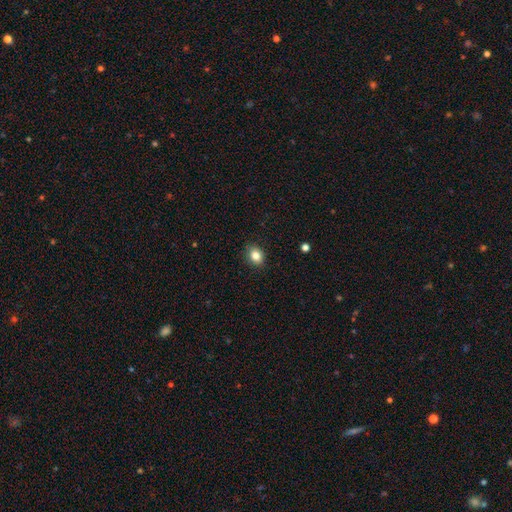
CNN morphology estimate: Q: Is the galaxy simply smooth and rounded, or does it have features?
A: smooth — 84%.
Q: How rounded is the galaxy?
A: round — 52%.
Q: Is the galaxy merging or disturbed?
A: none — 89%.